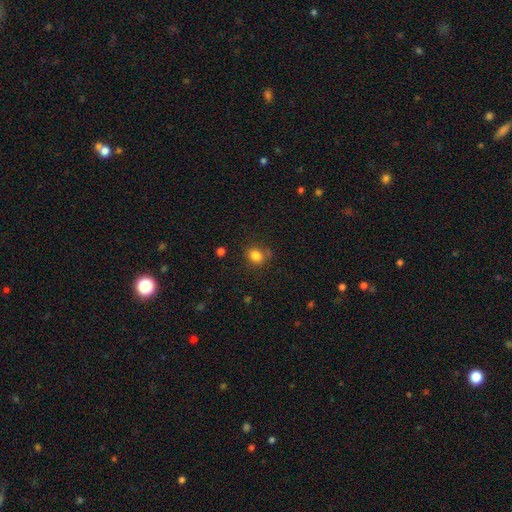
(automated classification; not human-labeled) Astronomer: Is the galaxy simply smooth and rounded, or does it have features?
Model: smooth — 83%.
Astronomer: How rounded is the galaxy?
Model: round — 59% (runner-up: in between, 40%).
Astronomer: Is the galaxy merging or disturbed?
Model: none — 73%.